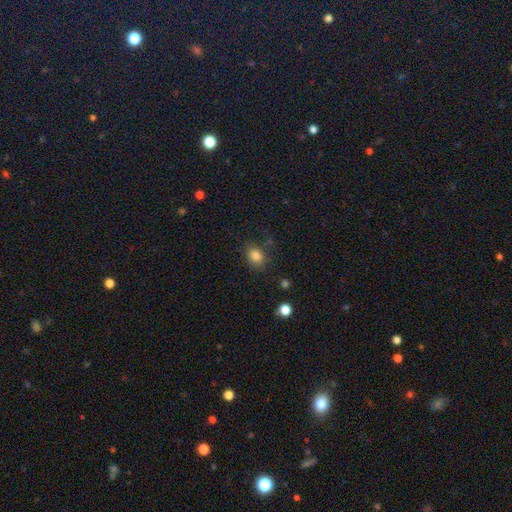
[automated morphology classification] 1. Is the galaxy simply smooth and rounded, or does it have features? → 83% smooth, 11% star or artifact, 6% featured or disk.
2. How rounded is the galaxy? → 57% in between, 42% round, 1% cigar-shaped.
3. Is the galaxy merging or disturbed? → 77% none, 15% minor disturbance, 5% major disturbance, 3% merger.